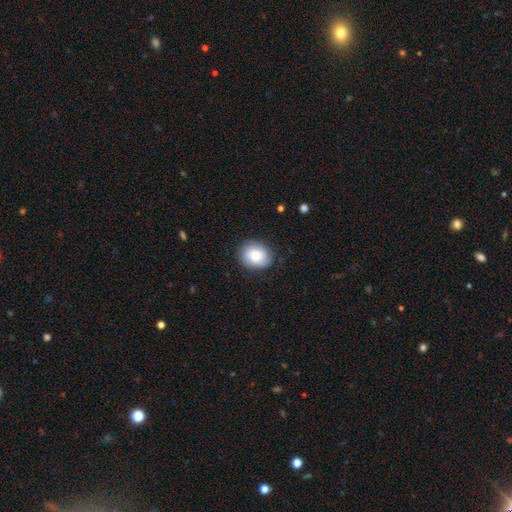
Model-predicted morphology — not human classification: A smooth galaxy with no disk features (77%) that is round (52%). Merging: none (82%).